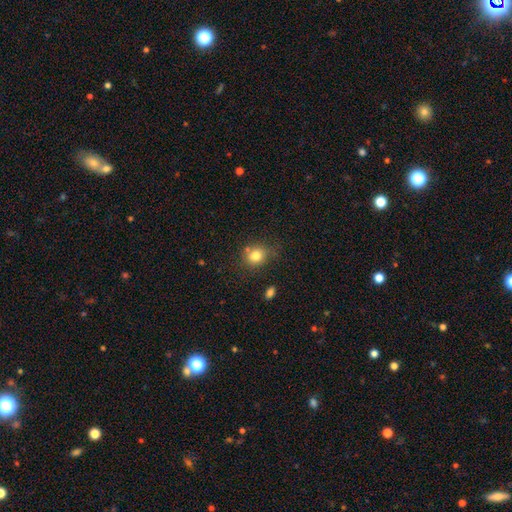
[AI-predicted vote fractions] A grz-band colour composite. It shows a smooth galaxy with no disk features (80%) that is round (69%). Merging: none (67%).